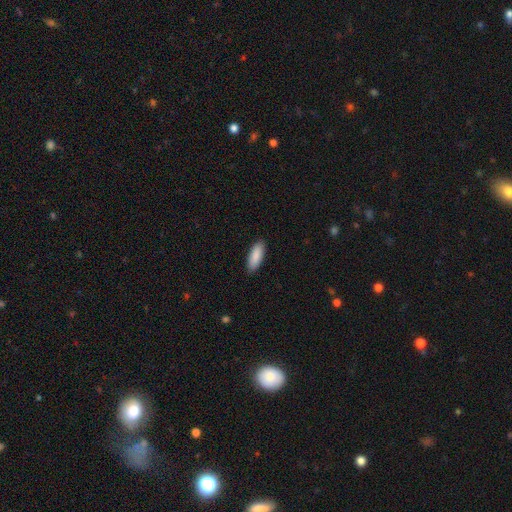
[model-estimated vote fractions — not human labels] Morphology: type=smooth (90%); roundness=in between (68%); merging=none (88%).